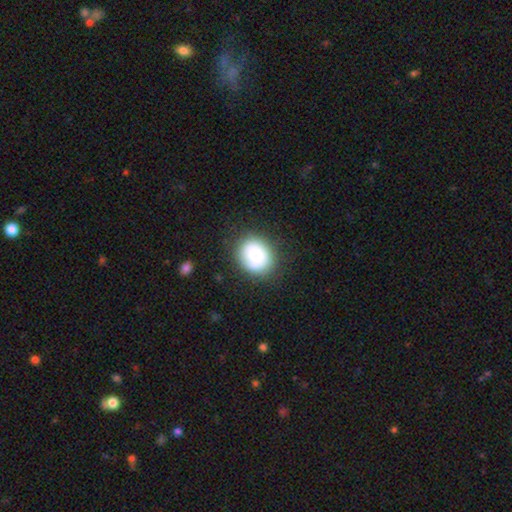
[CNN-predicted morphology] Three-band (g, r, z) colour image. It shows a smooth galaxy with no disk features (74%) that is round (70%). Merging: none (78%).